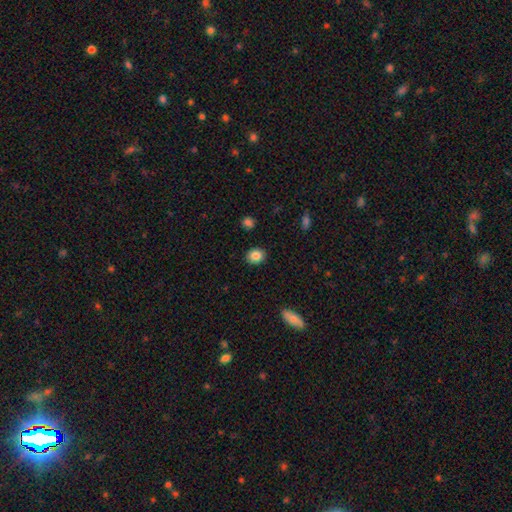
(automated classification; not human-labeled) Morphology: type=smooth (85%); roundness=round (66%); merging=none (90%).